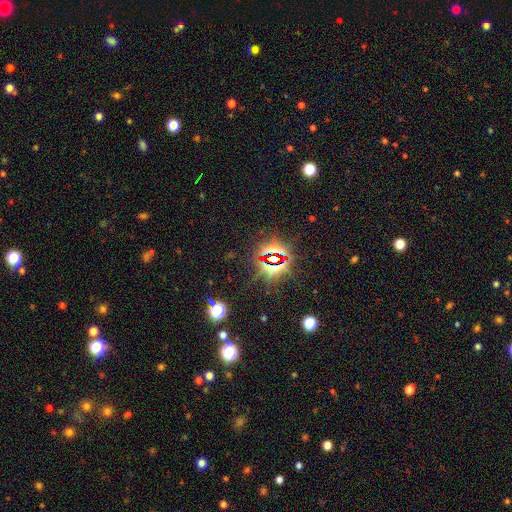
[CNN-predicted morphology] Overall: star or artifact (81%).